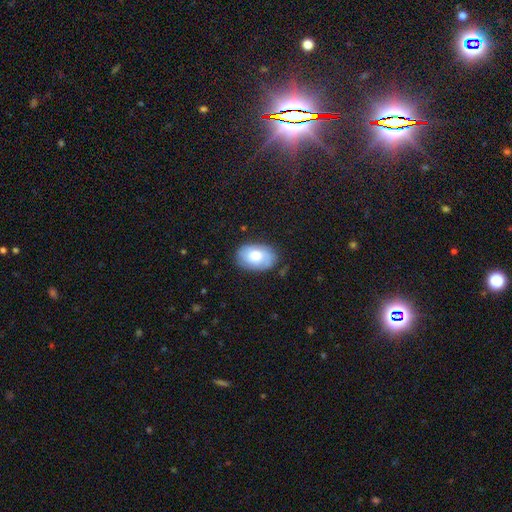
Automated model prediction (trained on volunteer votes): This appears to be a smooth galaxy with no disk features (54%) that is in between round and cigar-shaped (87%). Merging: none (78%).